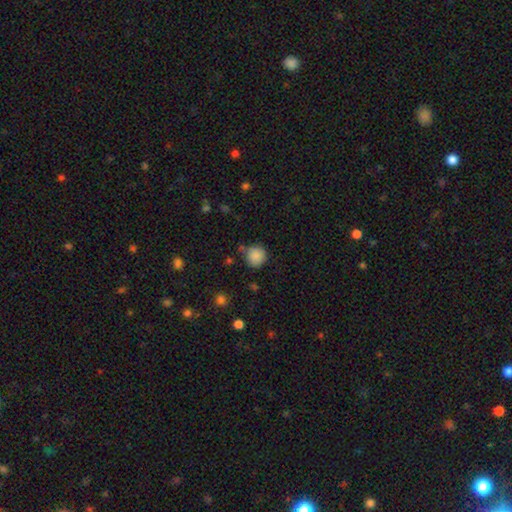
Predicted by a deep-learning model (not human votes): Smooth or featured? smooth (86%)
How rounded? round (91%)
Merging? none (76%)